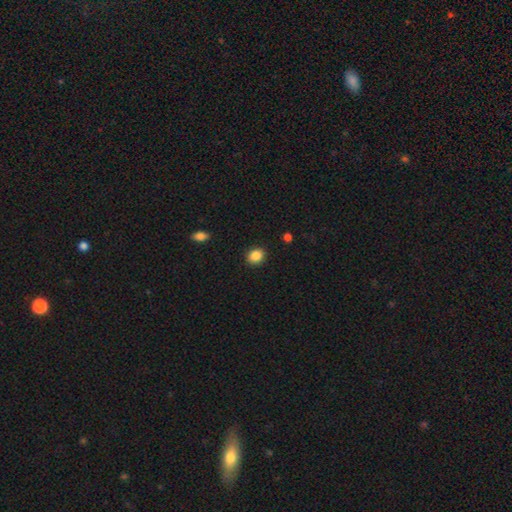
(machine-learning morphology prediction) A smooth galaxy with no disk features (87%) that is round (59%).

Vote fractions:
- Smooth or featured? smooth: 87% / star or artifact: 9% / featured or disk: 3%
- How rounded? round: 59% / in between: 40% / cigar-shaped: 1%
- Merging? none: 90% / minor disturbance: 6% / major disturbance: 2% / merger: 1%